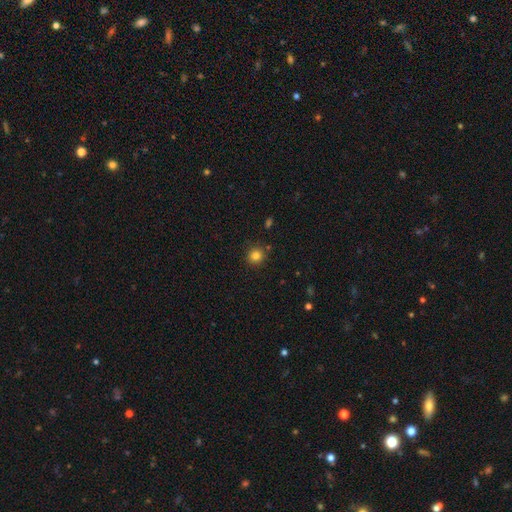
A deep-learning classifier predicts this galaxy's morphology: type=smooth (82%); roundness=round (92%); merging=none (88%).